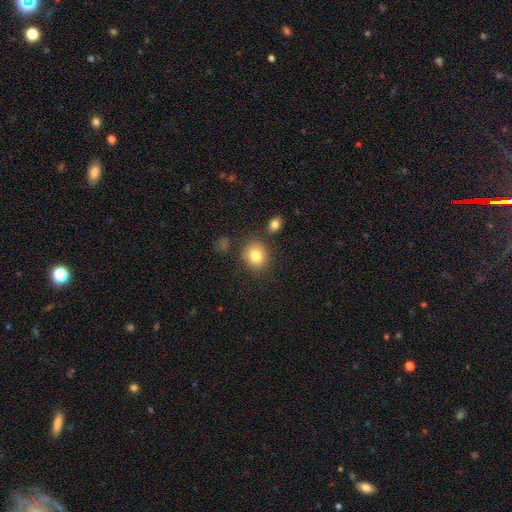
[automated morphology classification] smooth_or_featured: smooth (p=0.82) [alt: star or artifact p=0.10]
how_rounded: round (p=0.75) [alt: in between p=0.24]
merging: none (p=0.81) [alt: minor disturbance p=0.10]